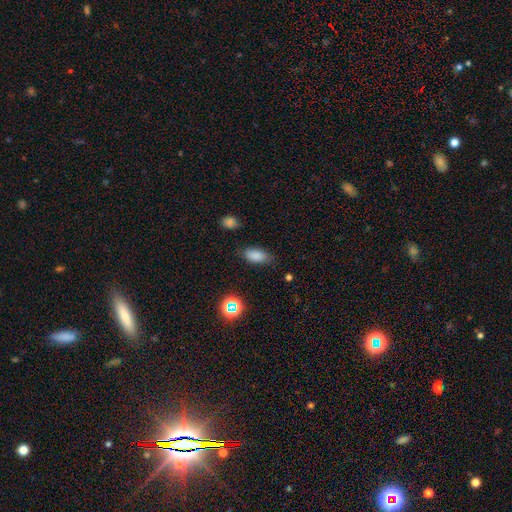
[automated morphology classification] This is clearly a smooth galaxy (82%). How rounded: clearly in between (90%). Merging: likely none (76%).